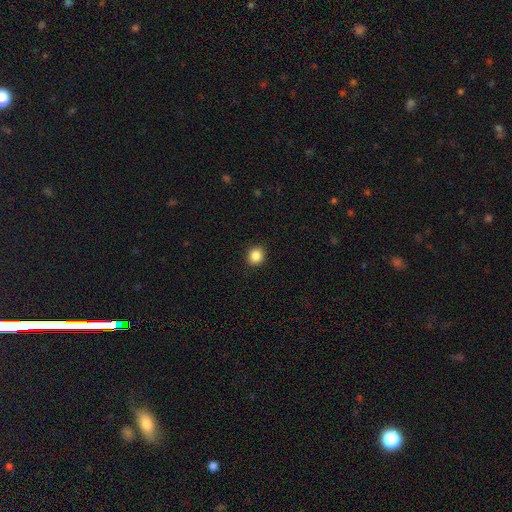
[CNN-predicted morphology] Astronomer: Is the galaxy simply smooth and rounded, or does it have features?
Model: smooth — 87%.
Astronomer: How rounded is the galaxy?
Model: round — 87%.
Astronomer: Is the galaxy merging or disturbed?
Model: none — 92%.